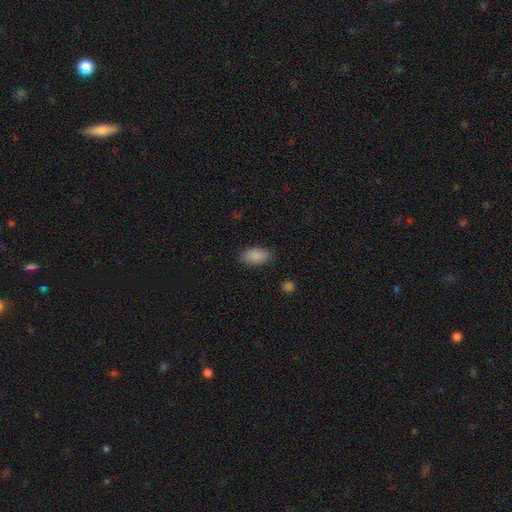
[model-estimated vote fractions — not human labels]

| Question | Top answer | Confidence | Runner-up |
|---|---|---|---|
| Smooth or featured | smooth | 89% | star or artifact (7%) |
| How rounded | in between | 93% | round (4%) |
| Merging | none | 86% | minor disturbance (10%) |